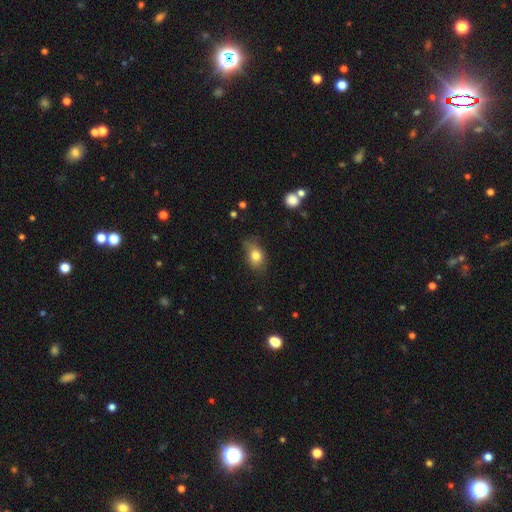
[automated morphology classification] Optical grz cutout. It shows a smooth galaxy with no disk features (79%) that is in between round and cigar-shaped (71%). Merging: none (62%).